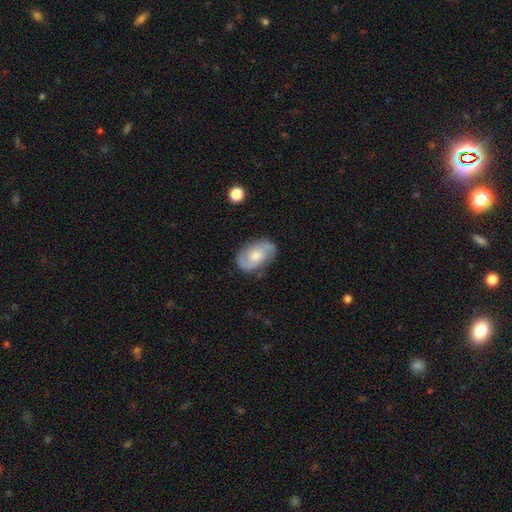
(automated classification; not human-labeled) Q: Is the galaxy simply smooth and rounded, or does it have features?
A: featured or disk — 66%.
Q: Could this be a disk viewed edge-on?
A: no — 96%.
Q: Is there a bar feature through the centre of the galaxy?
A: no — 59%.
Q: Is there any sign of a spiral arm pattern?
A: yes — 89%.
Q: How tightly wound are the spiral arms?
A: medium — 45%.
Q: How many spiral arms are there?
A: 2 — 79%.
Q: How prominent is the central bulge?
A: moderate — 53%.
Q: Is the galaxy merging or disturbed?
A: none — 72%.